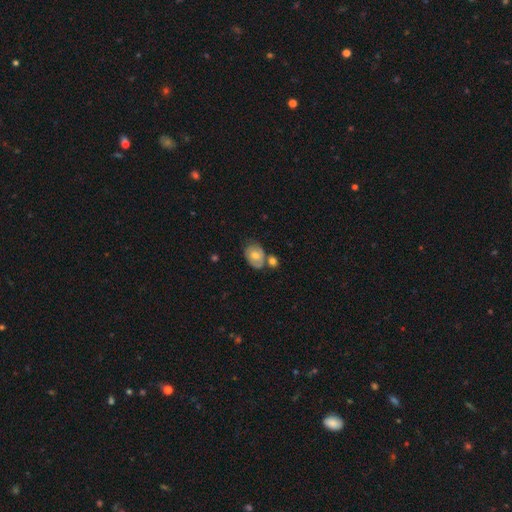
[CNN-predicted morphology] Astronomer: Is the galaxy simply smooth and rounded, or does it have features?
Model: smooth — 56% (runner-up: featured or disk, 36%).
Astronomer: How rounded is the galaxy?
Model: in between — 69%.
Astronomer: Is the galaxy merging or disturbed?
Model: none — 47% (runner-up: merger, 26%).